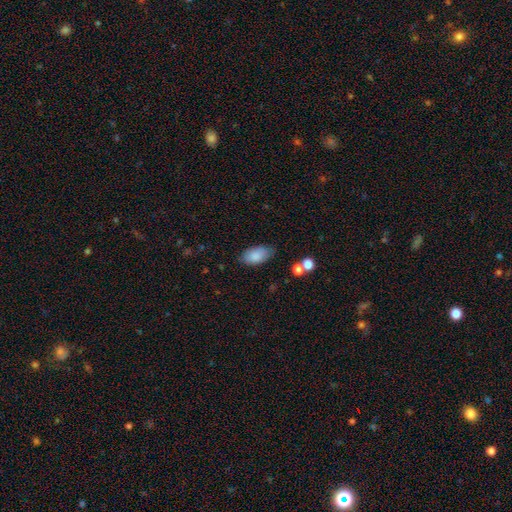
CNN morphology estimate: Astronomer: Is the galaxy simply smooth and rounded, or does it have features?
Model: smooth — 86%.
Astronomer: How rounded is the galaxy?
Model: in between — 94%.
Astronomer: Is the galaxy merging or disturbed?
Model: none — 76%.